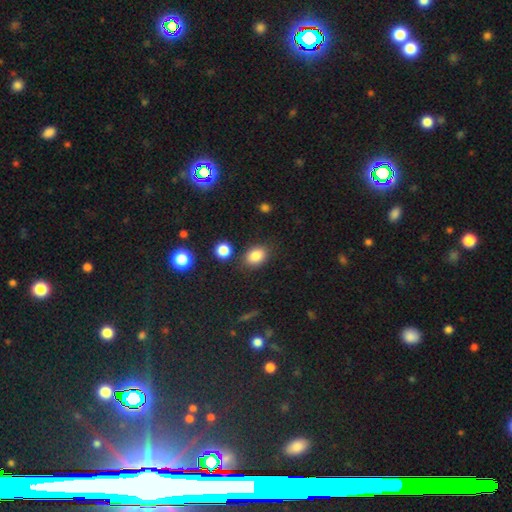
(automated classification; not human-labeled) smooth_or_featured: smooth (p=0.84) [alt: star or artifact p=0.11]
how_rounded: in between (p=0.69) [alt: round p=0.29]
merging: none (p=0.81) [alt: minor disturbance p=0.11]